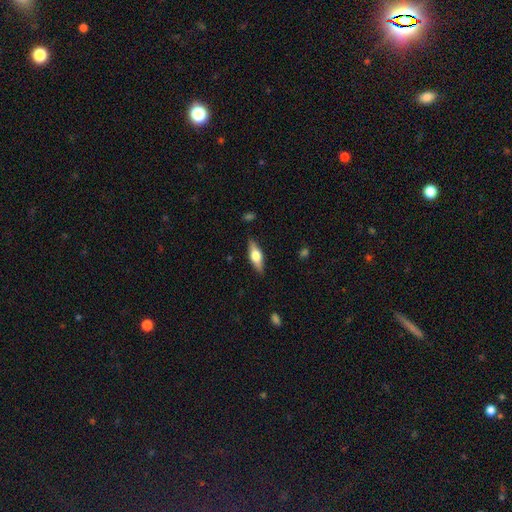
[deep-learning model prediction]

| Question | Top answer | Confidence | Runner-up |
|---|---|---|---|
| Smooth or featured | featured or disk | 49% | smooth (44%) |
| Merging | none | 86% | minor disturbance (11%) |